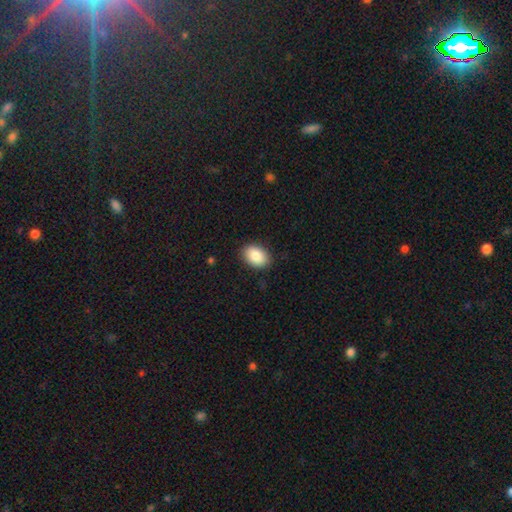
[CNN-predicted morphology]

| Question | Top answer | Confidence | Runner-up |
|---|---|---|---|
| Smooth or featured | smooth | 87% | star or artifact (7%) |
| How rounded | in between | 81% | round (18%) |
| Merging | none | 87% | minor disturbance (9%) |